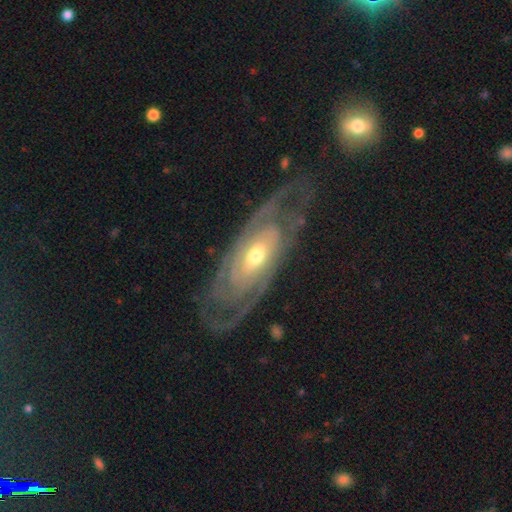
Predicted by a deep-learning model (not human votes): Overall: featured or disk (86%). Edge-on disk: no (89%). Bar: no (70%). Spiral arms: yes (90%). Spiral arm count: 2 (45%; can't tell 30%). Spiral winding: tight (66%). Bulge size: moderate (60%; small 32%). Merging: none (71%).